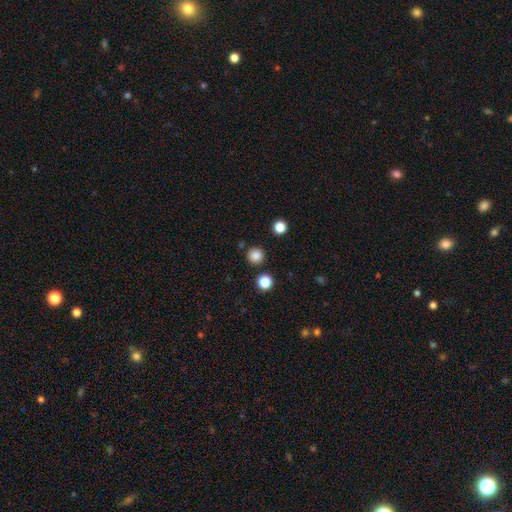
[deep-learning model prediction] smooth_or_featured: smooth (p=0.84) [alt: star or artifact p=0.12]
how_rounded: round (p=0.95) [alt: in between p=0.04]
merging: none (p=0.89) [alt: minor disturbance p=0.06]